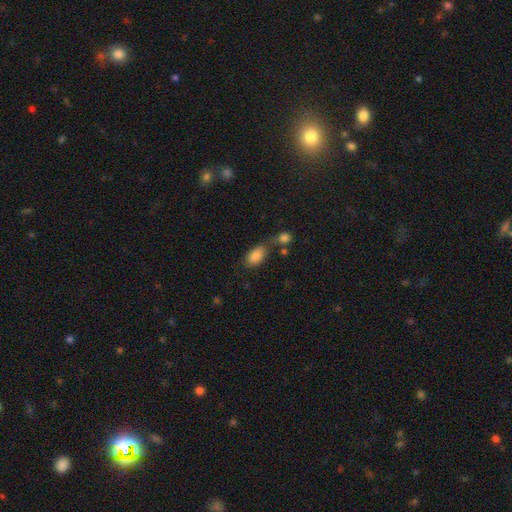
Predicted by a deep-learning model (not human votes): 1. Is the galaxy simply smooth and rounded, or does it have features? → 85% smooth, 8% star or artifact, 7% featured or disk.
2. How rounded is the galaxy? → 89% in between, 9% round, 2% cigar-shaped.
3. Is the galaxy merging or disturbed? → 48% none, 27% merger, 17% minor disturbance, 8% major disturbance.